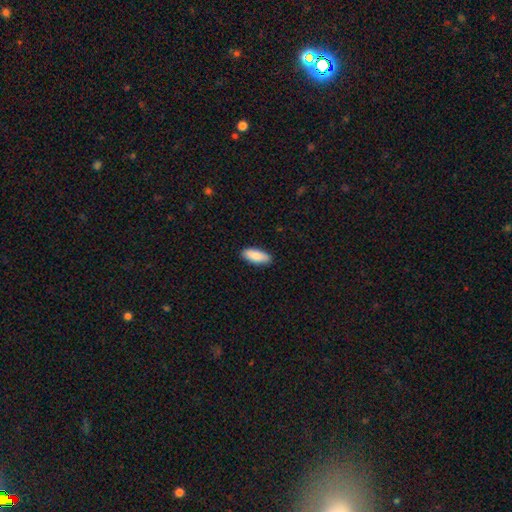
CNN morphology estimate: Smooth or featured: smooth — 87% (featured or disk — 7%)
How rounded: in between — 80% (cigar-shaped — 18%)
Merging: none — 89% (minor disturbance — 9%)